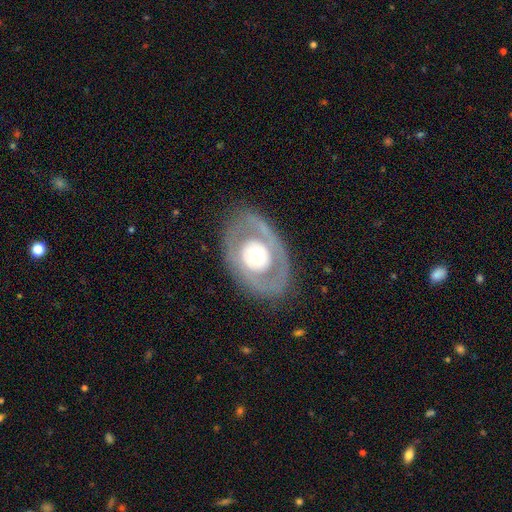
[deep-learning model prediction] This appears to be a featured or disk galaxy (61%) with no bar (86%), no spiral arms (83%) and a moderate central bulge (47%). Merging: none (77%).